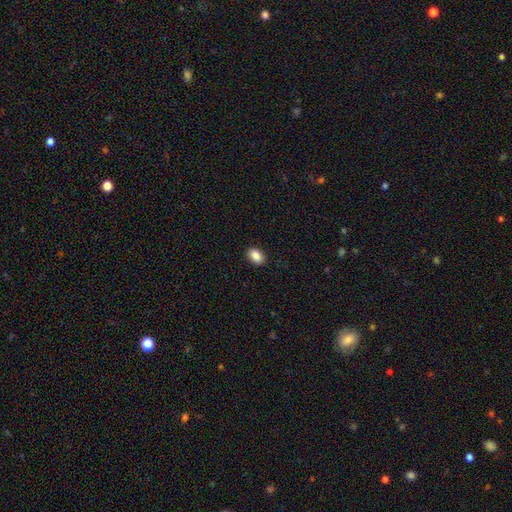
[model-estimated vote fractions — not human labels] Q: Smooth or featured?
A: smooth (88%); runner-up: star or artifact (8%)
Q: How rounded?
A: in between (82%); runner-up: round (17%)
Q: Merging?
A: none (91%); runner-up: minor disturbance (7%)